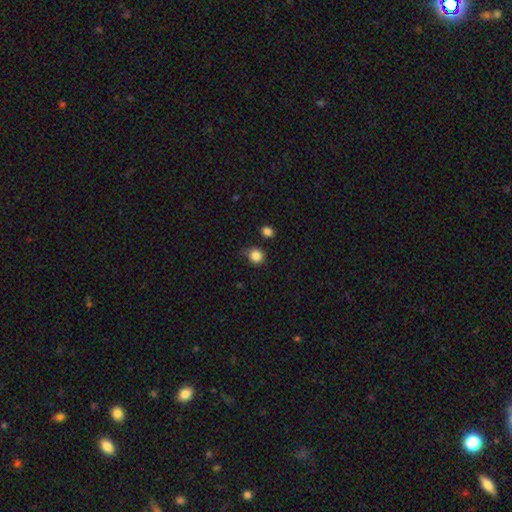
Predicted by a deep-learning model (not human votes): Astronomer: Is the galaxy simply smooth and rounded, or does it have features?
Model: smooth — 84%.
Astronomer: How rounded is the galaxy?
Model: round — 86%.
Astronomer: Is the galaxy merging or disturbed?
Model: none — 71%.